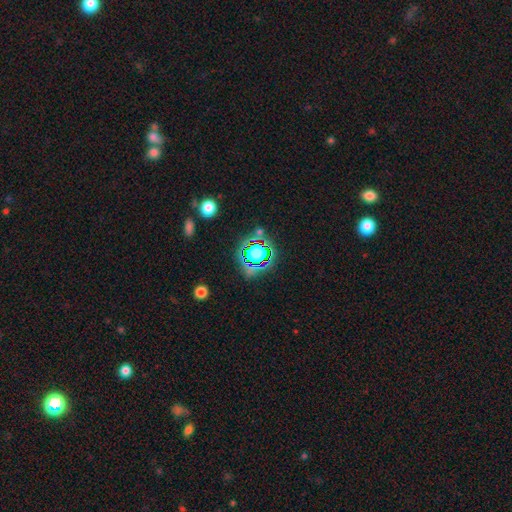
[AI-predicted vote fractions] A star or artifact, not a galaxy (57%).

Vote fractions:
- Smooth or featured? star or artifact: 57% / smooth: 30% / featured or disk: 13%